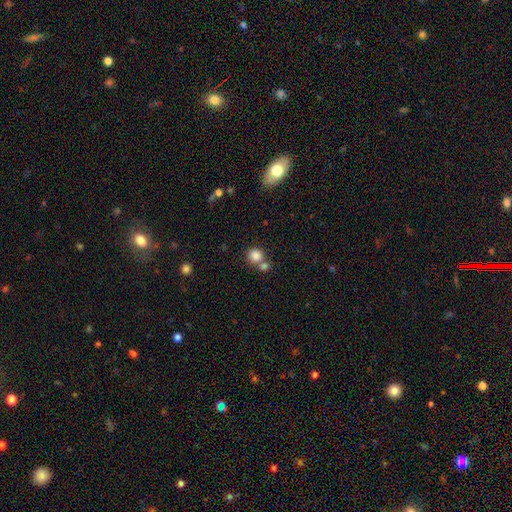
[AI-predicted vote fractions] smooth 83%, star or artifact 11%, featured or disk 6%. Down the decision tree: how rounded — round (82%); merging — none (52%).